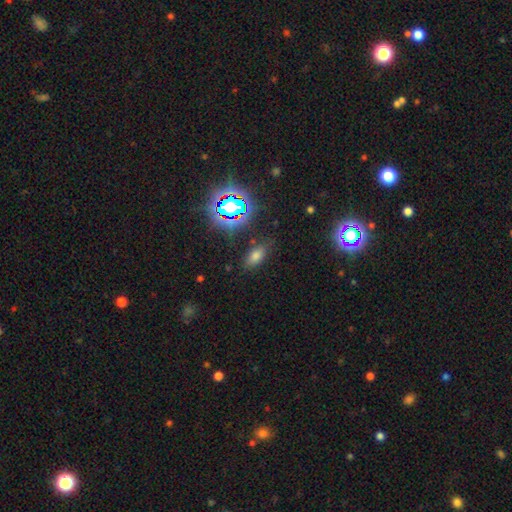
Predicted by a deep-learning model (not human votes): A smooth galaxy with no disk features (67%) that is in between round and cigar-shaped (86%).

Vote fractions:
- Smooth or featured? smooth: 67% / star or artifact: 24% / featured or disk: 9%
- How rounded? in between: 86% / round: 7% / cigar-shaped: 7%
- Merging? none: 80% / minor disturbance: 13% / major disturbance: 4% / merger: 2%